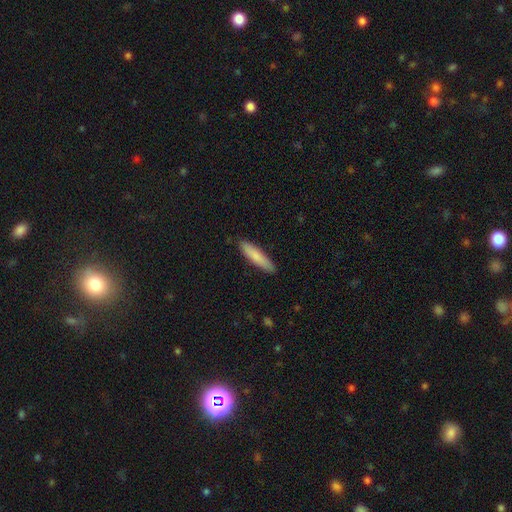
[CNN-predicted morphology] smooth-or-featured: smooth: 82% | featured or disk: 12% | star or artifact: 5%
  how-rounded: cigar-shaped: 83% | in between: 16% | round: 1%
  merging: none: 89% | minor disturbance: 8% | major disturbance: 2% | merger: 1%